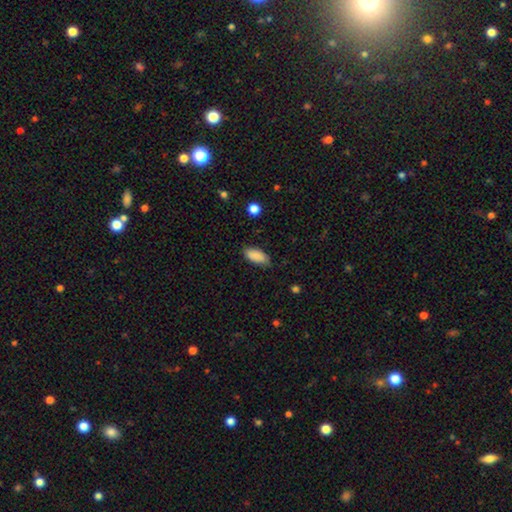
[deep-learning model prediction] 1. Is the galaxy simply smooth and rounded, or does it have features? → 88% smooth, 7% star or artifact, 5% featured or disk.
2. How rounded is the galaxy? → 90% in between, 8% cigar-shaped, 2% round.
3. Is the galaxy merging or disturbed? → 78% none, 18% minor disturbance, 3% major disturbance, 1% merger.